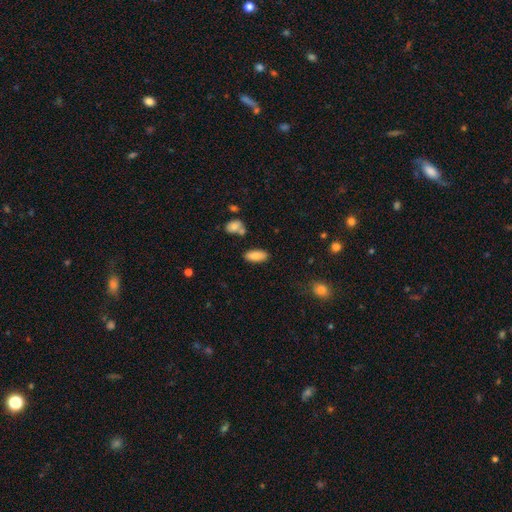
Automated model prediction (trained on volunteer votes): A smooth galaxy with no disk features (85%) that is in between round and cigar-shaped (84%). Merging: none (81%).